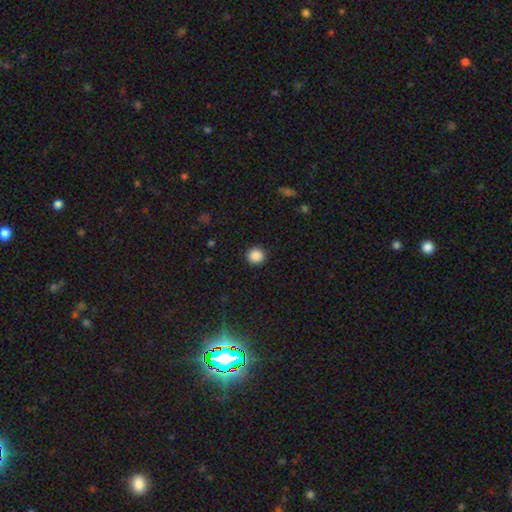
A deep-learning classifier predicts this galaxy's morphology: Q: Smooth or featured?
A: smooth (88%); runner-up: star or artifact (10%)
Q: How rounded?
A: round (94%); runner-up: in between (5%)
Q: Merging?
A: none (92%); runner-up: minor disturbance (5%)